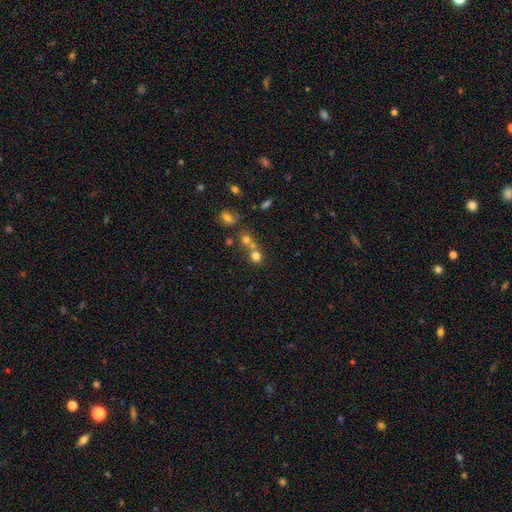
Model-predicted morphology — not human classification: type=smooth (72%); roundness=round (79%); merging=merger (49%).